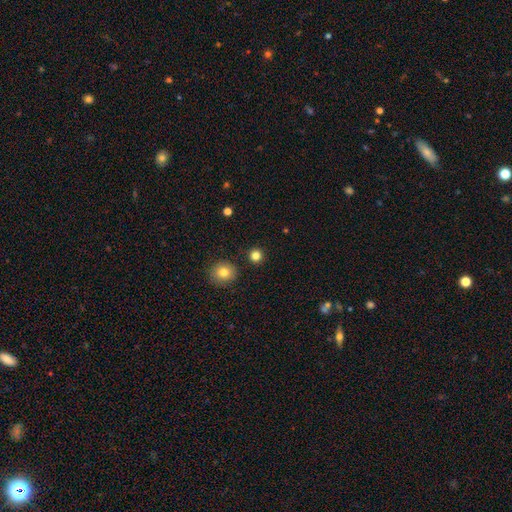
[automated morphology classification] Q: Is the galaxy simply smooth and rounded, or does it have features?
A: smooth — 82%.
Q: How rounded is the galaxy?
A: round — 93%.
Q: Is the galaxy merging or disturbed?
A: none — 90%.